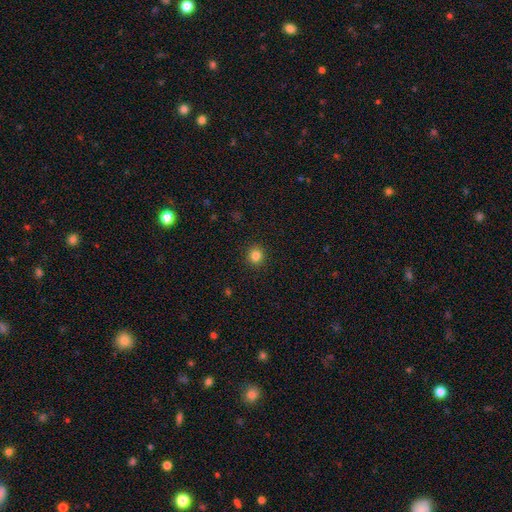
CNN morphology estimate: The model was most divided on "smooth or featured": smooth: 83%, star or artifact: 12%, featured or disk: 5%. More confident: merging — none (93%); how rounded — round (92%).